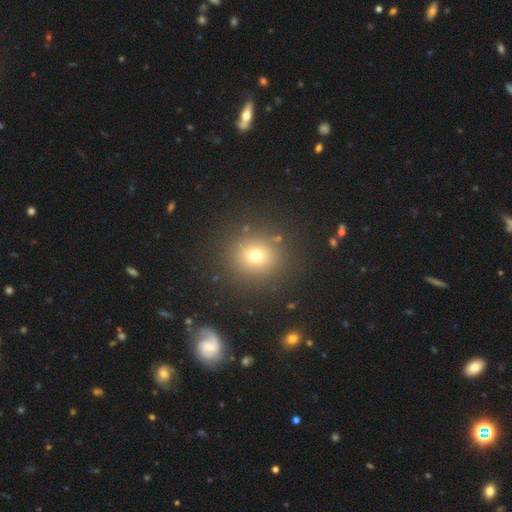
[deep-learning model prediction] Smooth or featured? smooth (70%)
How rounded? round (89%)
Merging? none (87%)